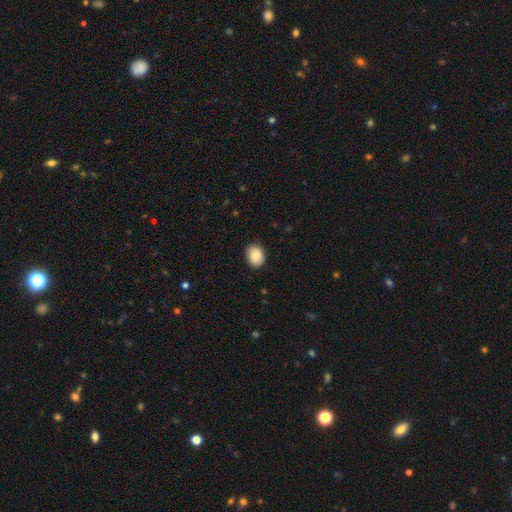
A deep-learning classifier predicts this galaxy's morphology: smooth-or-featured: smooth: 88% | star or artifact: 7% | featured or disk: 5%
  how-rounded: in between: 56% | round: 43% | cigar-shaped: 1%
  merging: none: 89% | minor disturbance: 8% | major disturbance: 2% | merger: 1%